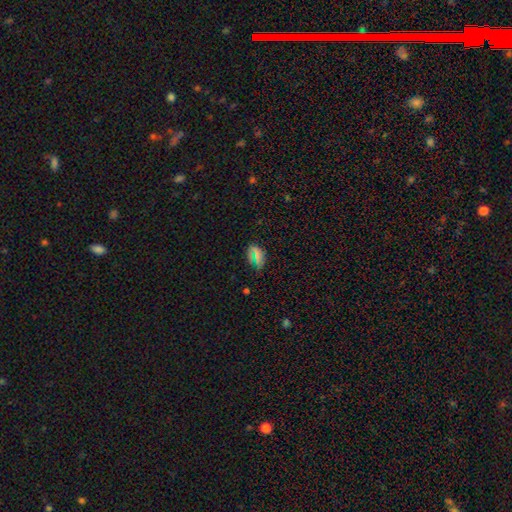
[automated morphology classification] The model was most divided on "smooth or featured": smooth: 62%, star or artifact: 29%, featured or disk: 9%. More confident: how rounded — in between (78%); merging — none (77%).